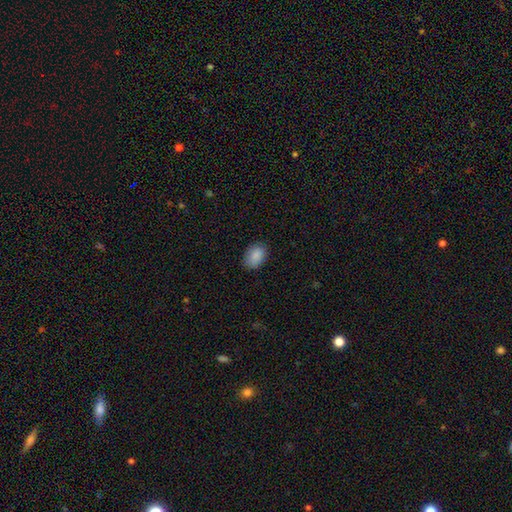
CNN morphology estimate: type=smooth (89%); roundness=in between (81%); merging=none (82%).